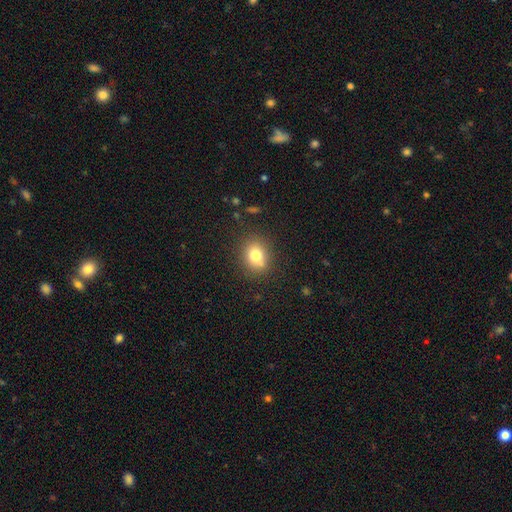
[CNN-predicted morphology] smooth-or-featured: smooth: 77% | star or artifact: 12% | featured or disk: 11%
  how-rounded: round: 64% | in between: 35% | cigar-shaped: 1%
  merging: none: 76% | minor disturbance: 14% | merger: 7% | major disturbance: 4%